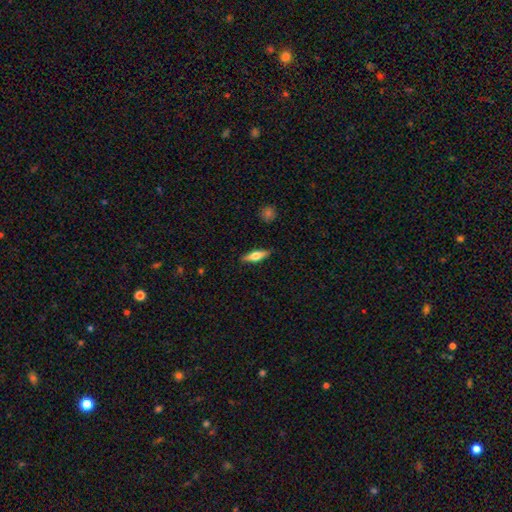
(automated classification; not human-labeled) Q: Smooth or featured?
A: smooth (53%); runner-up: featured or disk (41%)
Q: How rounded?
A: cigar-shaped (55%); runner-up: in between (42%)
Q: Merging?
A: none (88%); runner-up: minor disturbance (9%)